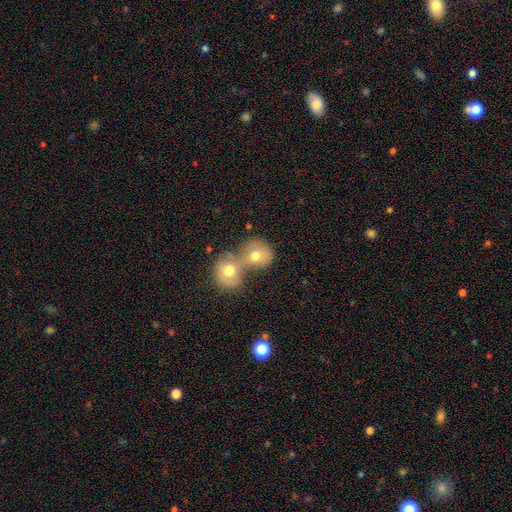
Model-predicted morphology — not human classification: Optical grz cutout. It shows a smooth galaxy with no disk features (71%) that is round (75%). Merging: merger (73%).